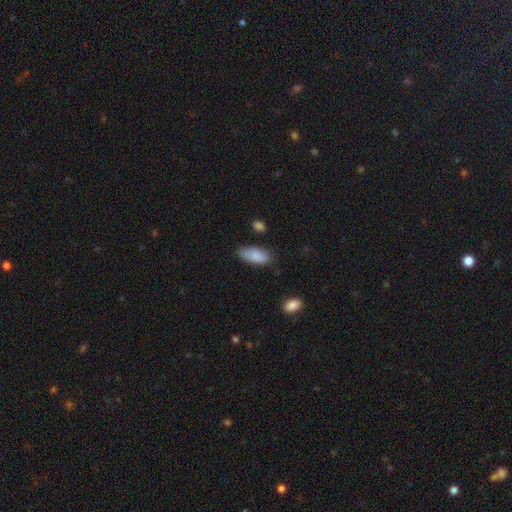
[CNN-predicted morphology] Smooth or featured: smooth — 87% (featured or disk — 7%)
How rounded: in between — 85% (cigar-shaped — 13%)
Merging: none — 70% (minor disturbance — 23%)